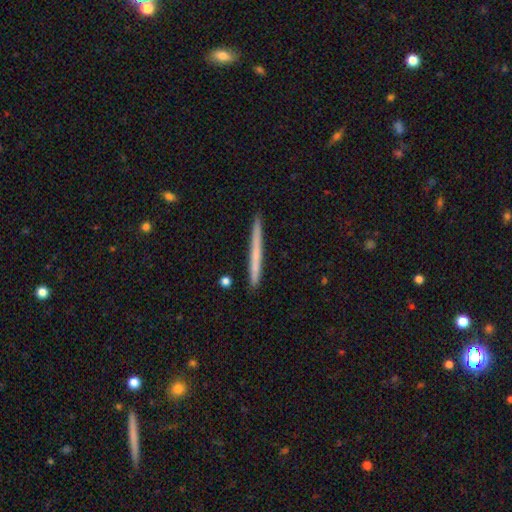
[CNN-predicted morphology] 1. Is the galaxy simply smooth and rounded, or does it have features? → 55% smooth, 39% featured or disk, 6% star or artifact.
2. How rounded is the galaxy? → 97% cigar-shaped, 2% in between, 1% round.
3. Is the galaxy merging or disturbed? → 91% none, 6% minor disturbance, 1% merger, 1% major disturbance.